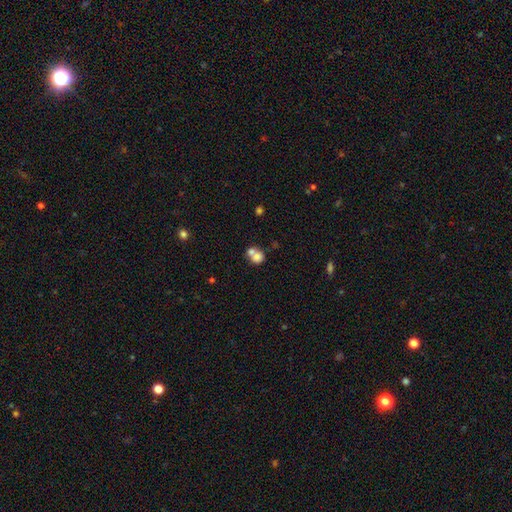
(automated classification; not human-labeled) Q: Smooth or featured?
A: smooth (73%); runner-up: featured or disk (16%)
Q: How rounded?
A: round (73%); runner-up: in between (26%)
Q: Merging?
A: merger (59%); runner-up: none (30%)